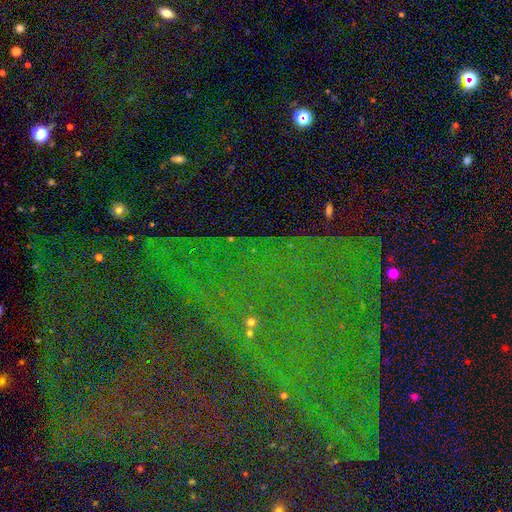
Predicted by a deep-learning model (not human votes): Smooth or featured: star or artifact — 81% (smooth — 10%)